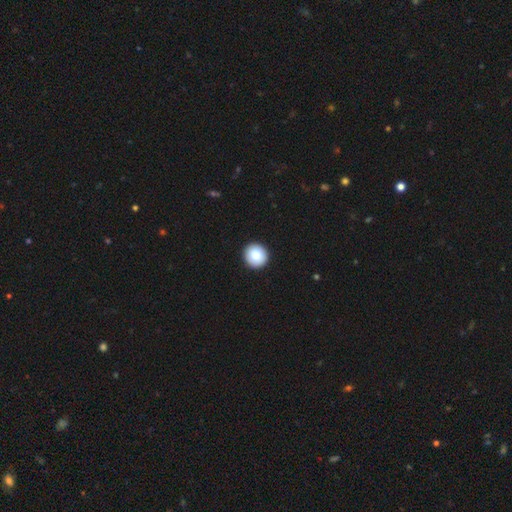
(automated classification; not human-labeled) Overall: smooth (82%). How rounded: round (95%). Merging: none (94%).